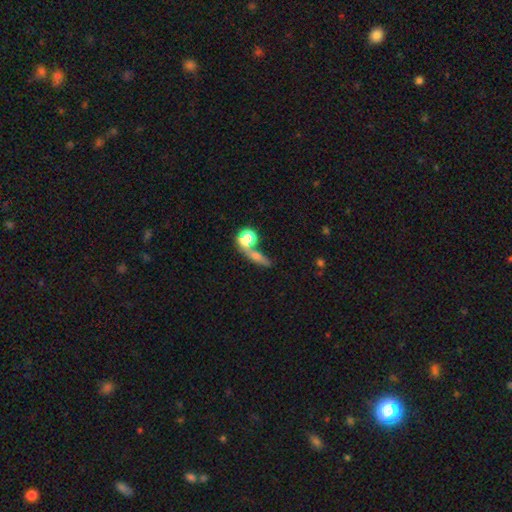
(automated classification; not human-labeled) The model was most divided on "merging": none: 39%, merger: 38%, major disturbance: 12%, minor disturbance: 11%. Remaining: smooth or featured — smooth (61%); how rounded — round (36%).